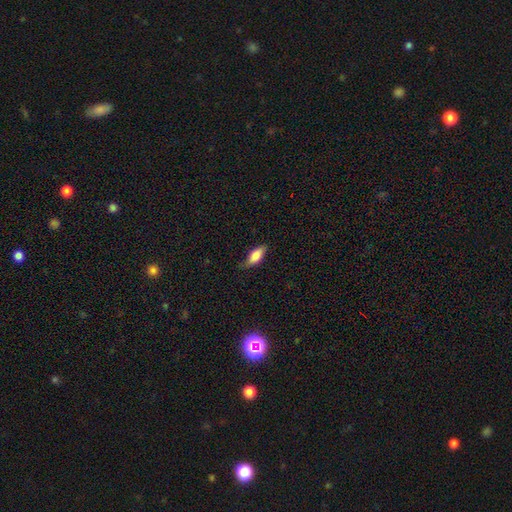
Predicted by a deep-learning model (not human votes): Smooth or featured?
  - smooth: 76% *
  - featured or disk: 17%
  - star or artifact: 7%
How rounded?
  - in between: 78% *
  - cigar-shaped: 19%
  - round: 3%
Merging?
  - none: 69% *
  - minor disturbance: 25%
  - major disturbance: 5%
  - merger: 1%